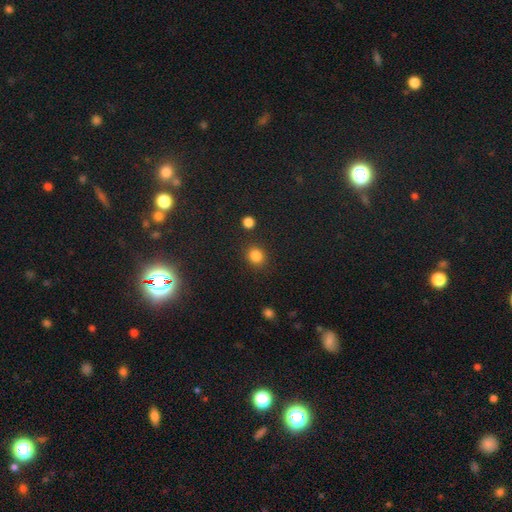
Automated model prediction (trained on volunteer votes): smooth-or-featured: smooth: 83% | star or artifact: 12% | featured or disk: 4%
  how-rounded: round: 75% | in between: 24% | cigar-shaped: 1%
  merging: none: 85% | minor disturbance: 8% | merger: 3% | major disturbance: 3%